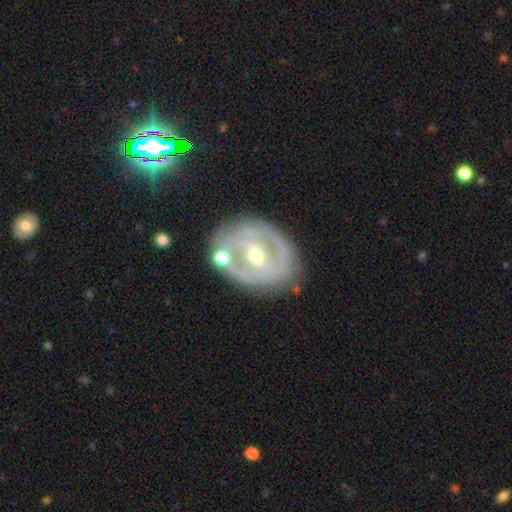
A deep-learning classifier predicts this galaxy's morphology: featured or disk 81%, smooth 13%, star or artifact 6%. Down the decision tree: edge-on disk — no (95%); bar — weak (42%); spiral arms — yes (68%); spiral arm count — 2 (59%); spiral winding — tight (52%); bulge size — moderate (60%); merging — none (73%).